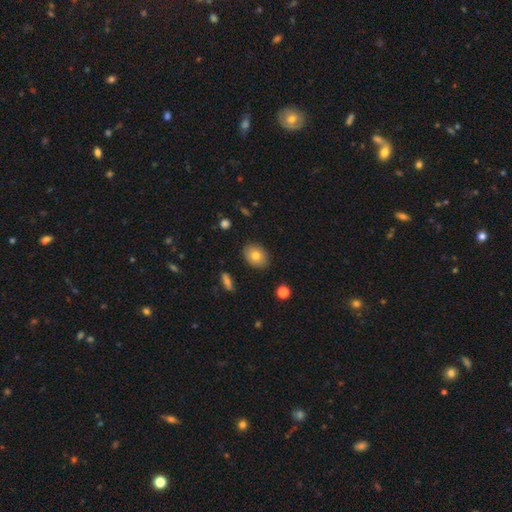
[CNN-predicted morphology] Smooth or featured?
  - smooth: 76% *
  - featured or disk: 15%
  - star or artifact: 9%
How rounded?
  - in between: 67% *
  - round: 32%
  - cigar-shaped: 1%
Merging?
  - none: 87% *
  - minor disturbance: 10%
  - major disturbance: 2%
  - merger: 1%